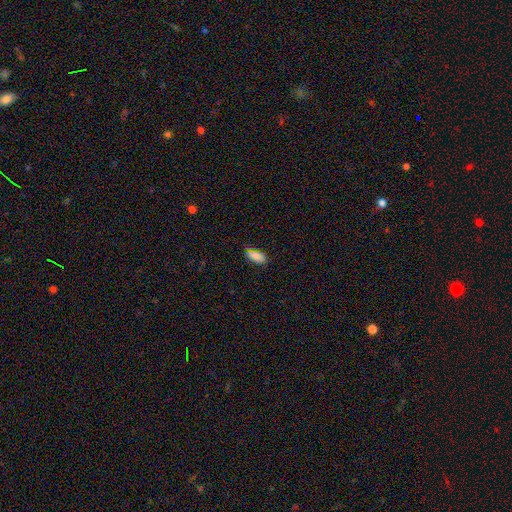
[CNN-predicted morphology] A smooth galaxy with no disk features (86%) that is in between round and cigar-shaped (88%).

Vote fractions:
- Smooth or featured? smooth: 86% / star or artifact: 8% / featured or disk: 6%
- How rounded? in between: 88% / cigar-shaped: 9% / round: 2%
- Merging? none: 69% / minor disturbance: 24% / major disturbance: 4% / merger: 2%